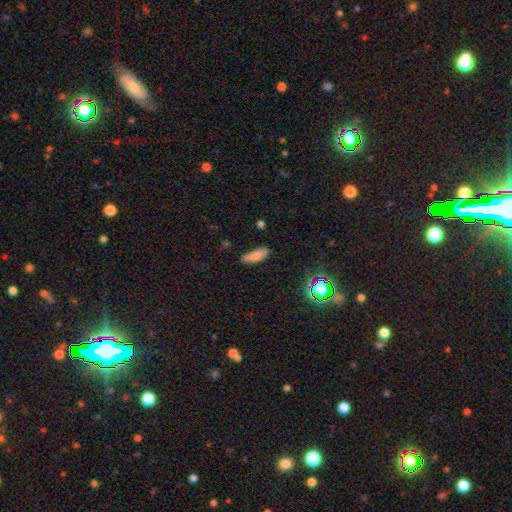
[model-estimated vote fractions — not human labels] Morphology: type=smooth (81%); roundness=in between (67%); merging=none (70%).